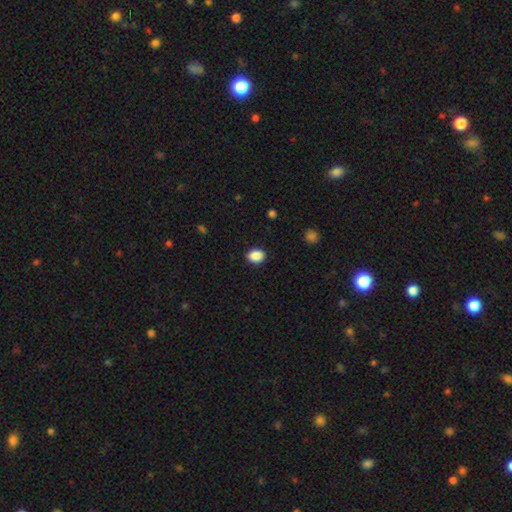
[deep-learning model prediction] This is clearly a smooth galaxy (89%). How rounded: likely in between (63%). Merging: clearly none (89%).